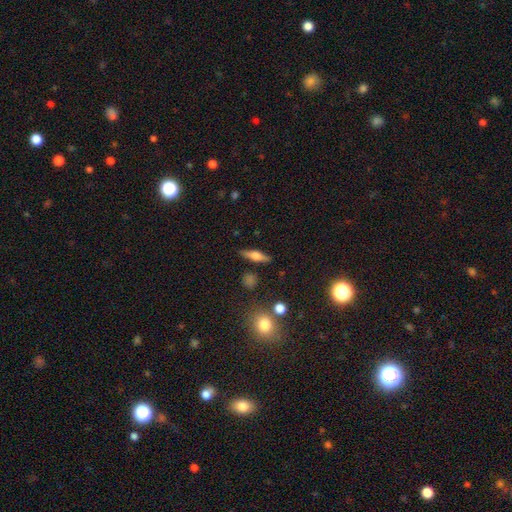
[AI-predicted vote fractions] The model was most divided on "smooth or featured": featured or disk: 48%, smooth: 43%, star or artifact: 9%. More confident: merging — none (84%).